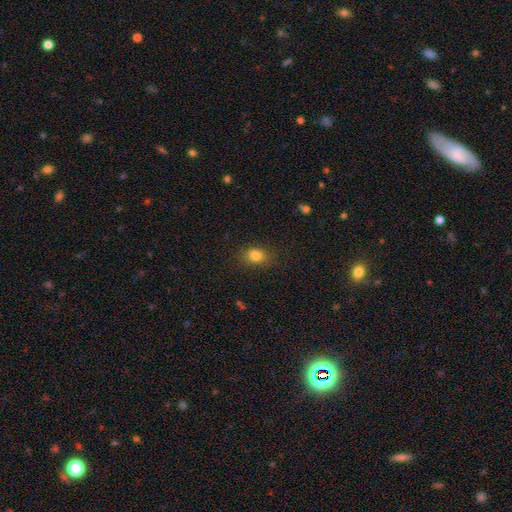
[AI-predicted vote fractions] A smooth galaxy with no disk features (81%) that is in between round and cigar-shaped (72%).

Vote fractions:
- Smooth or featured? smooth: 81% / star or artifact: 11% / featured or disk: 7%
- How rounded? in between: 72% / round: 26% / cigar-shaped: 2%
- Merging? none: 79% / minor disturbance: 15% / major disturbance: 5% / merger: 1%